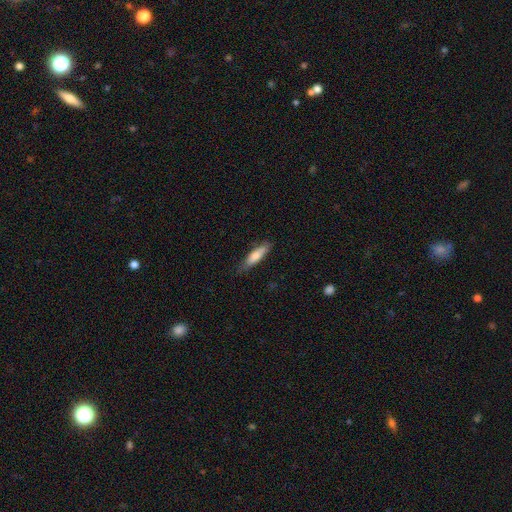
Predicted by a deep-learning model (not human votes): Morphology: type=smooth (75%); roundness=cigar-shaped (71%); merging=none (77%).